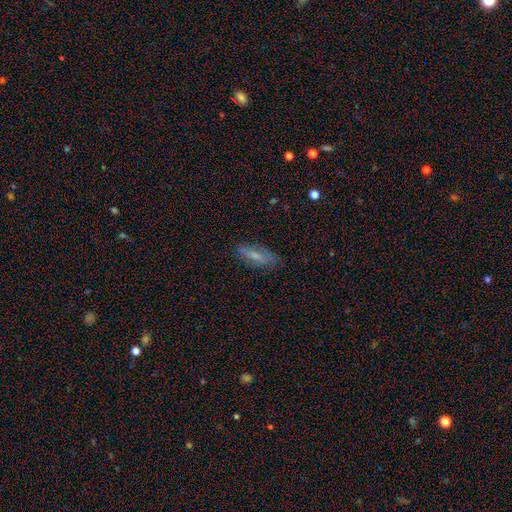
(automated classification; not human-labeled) Smooth or featured: smooth — 57% (featured or disk — 33%)
How rounded: in between — 61% (cigar-shaped — 36%)
Merging: none — 75% (minor disturbance — 18%)